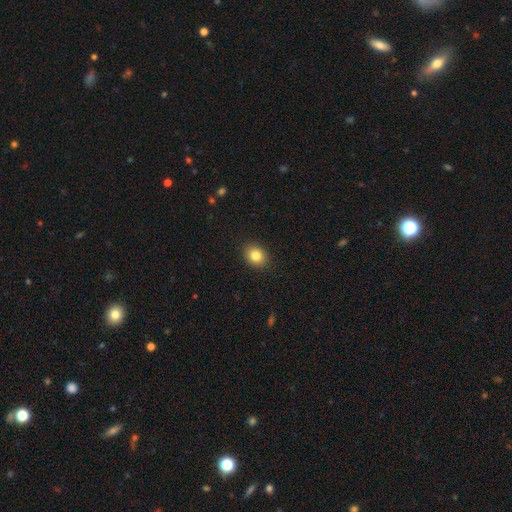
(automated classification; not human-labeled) A smooth galaxy with no disk features (83%) that is round (54%). Merging: none (90%).